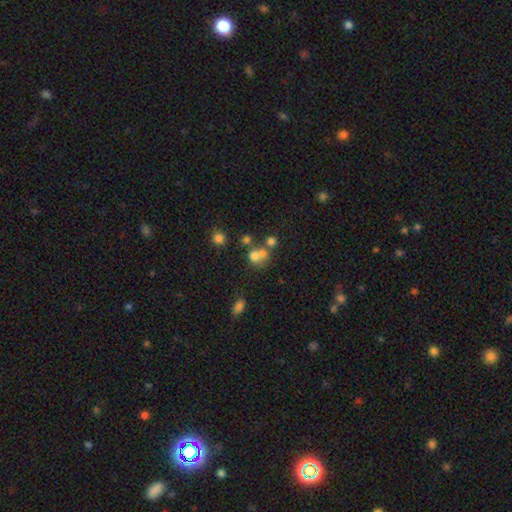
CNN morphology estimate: smooth-or-featured: smooth: 66% | featured or disk: 18% | star or artifact: 16%
  how-rounded: round: 76% | in between: 23% | cigar-shaped: 1%
  merging: merger: 47% | none: 38% | minor disturbance: 9% | major disturbance: 6%